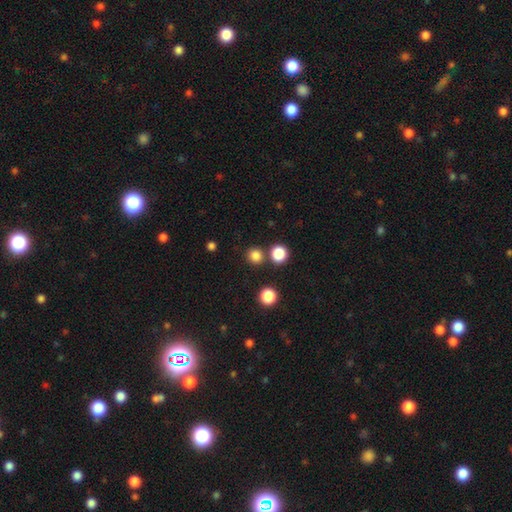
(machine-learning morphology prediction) smooth-or-featured: smooth: 81% | star or artifact: 15% | featured or disk: 4%
  how-rounded: round: 91% | in between: 8% | cigar-shaped: 1%
  merging: none: 81% | merger: 11% | minor disturbance: 6% | major disturbance: 2%